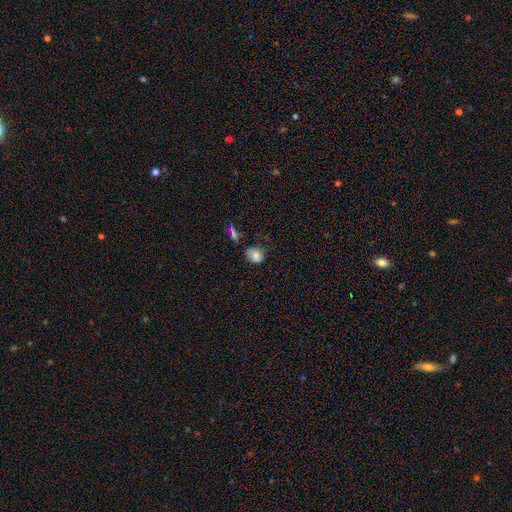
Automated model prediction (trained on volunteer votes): smooth_or_featured: smooth (p=0.76) [alt: featured or disk p=0.13]
how_rounded: round (p=0.51) [alt: in between p=0.48]
merging: none (p=0.54) [alt: minor disturbance p=0.30]